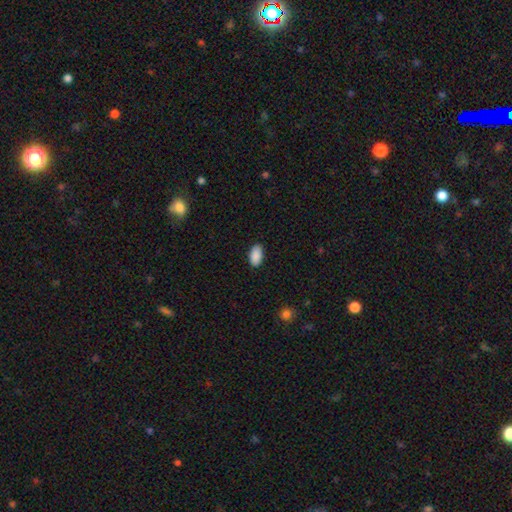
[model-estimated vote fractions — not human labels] smooth-or-featured: smooth: 90% | star or artifact: 7% | featured or disk: 3%
  how-rounded: in between: 95% | round: 3% | cigar-shaped: 2%
  merging: none: 87% | minor disturbance: 10% | major disturbance: 2% | merger: 1%